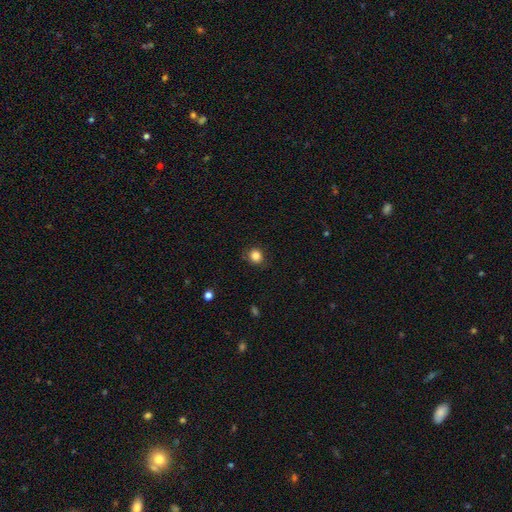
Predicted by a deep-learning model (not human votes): Smooth or featured: smooth — 84% (star or artifact — 11%)
How rounded: round — 84% (in between — 15%)
Merging: none — 85% (minor disturbance — 11%)